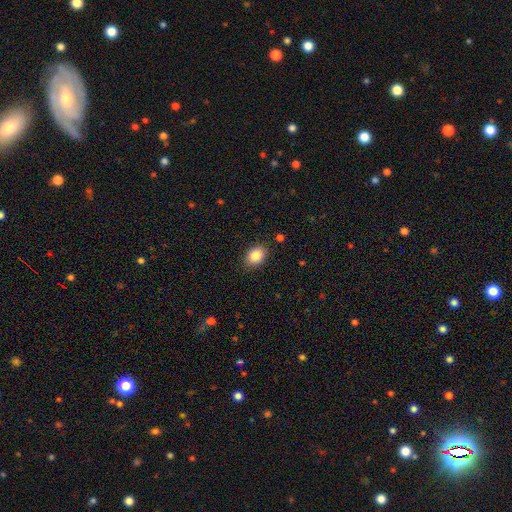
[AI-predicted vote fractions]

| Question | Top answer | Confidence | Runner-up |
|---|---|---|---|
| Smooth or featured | smooth | 85% | star or artifact (8%) |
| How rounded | in between | 73% | round (26%) |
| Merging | none | 86% | minor disturbance (10%) |